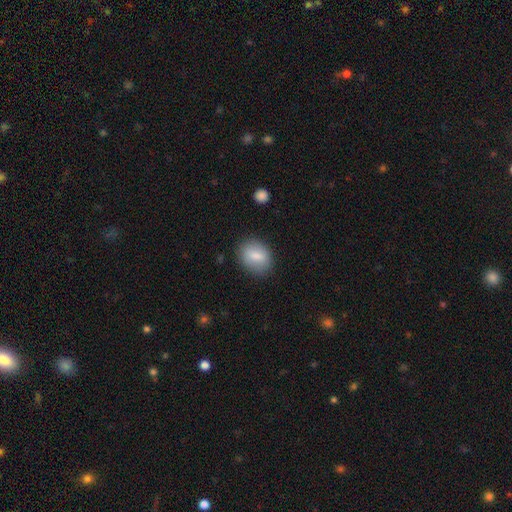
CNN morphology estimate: Smooth or featured: smooth — 80% (featured or disk — 12%)
How rounded: in between — 65% (round — 34%)
Merging: none — 82% (minor disturbance — 13%)